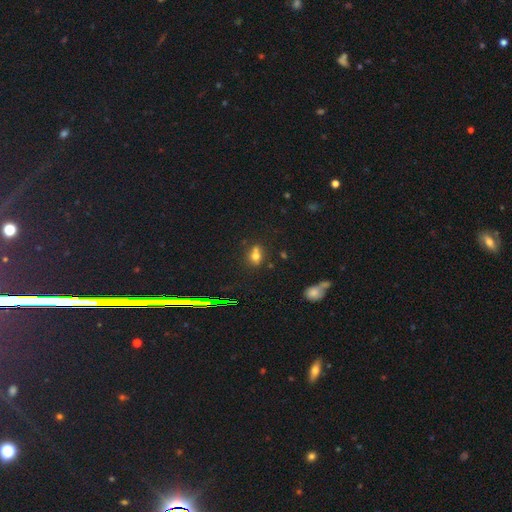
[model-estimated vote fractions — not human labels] smooth 64%, star or artifact 19%, featured or disk 16%. Down the decision tree: how rounded — round (49%); merging — none (46%).